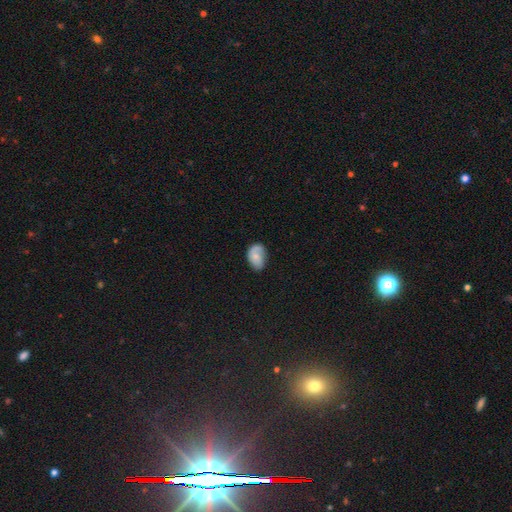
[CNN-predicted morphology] type=smooth (57%); roundness=in between (83%); merging=none (55%).